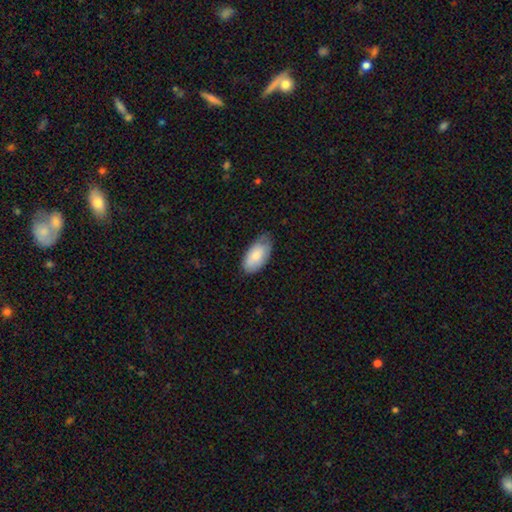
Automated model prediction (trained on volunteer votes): smooth_or_featured: smooth (p=0.81) [alt: featured or disk p=0.13]
how_rounded: in between (p=0.95) [alt: cigar-shaped p=0.03]
merging: none (p=0.64) [alt: minor disturbance p=0.30]